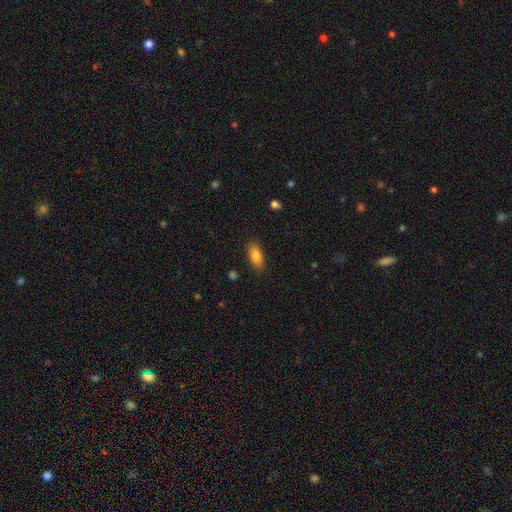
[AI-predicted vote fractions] Morphology: type=smooth (82%); roundness=in between (82%); merging=none (86%).